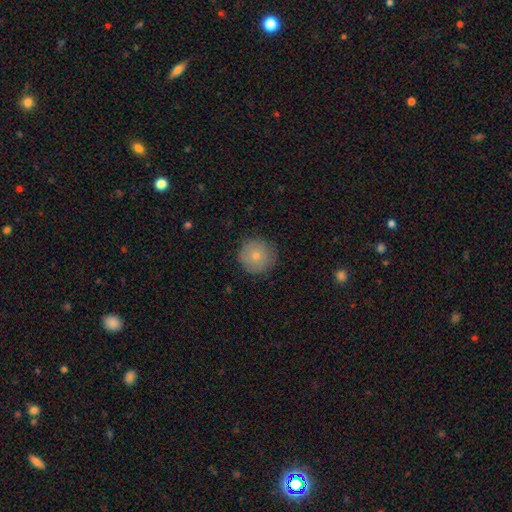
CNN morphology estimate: A smooth galaxy with no disk features (77%) that is round (96%). Merging: none (86%).